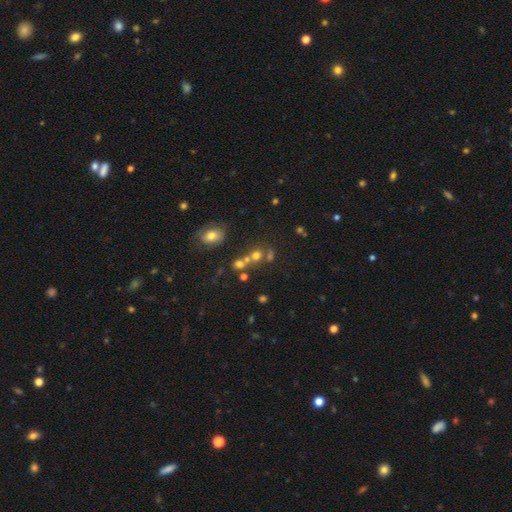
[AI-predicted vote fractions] smooth-or-featured: smooth: 48% | star or artifact: 35% | featured or disk: 16%
  merging: none: 47% | merger: 37% | minor disturbance: 9% | major disturbance: 6%